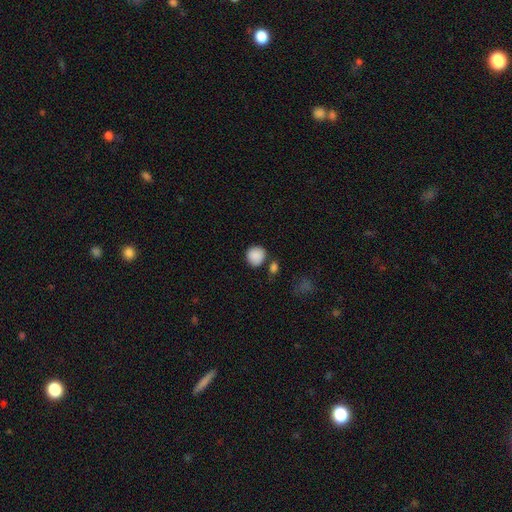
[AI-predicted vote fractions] This is clearly a smooth galaxy (88%). How rounded: clearly round (88%). Merging: likely none (76%).